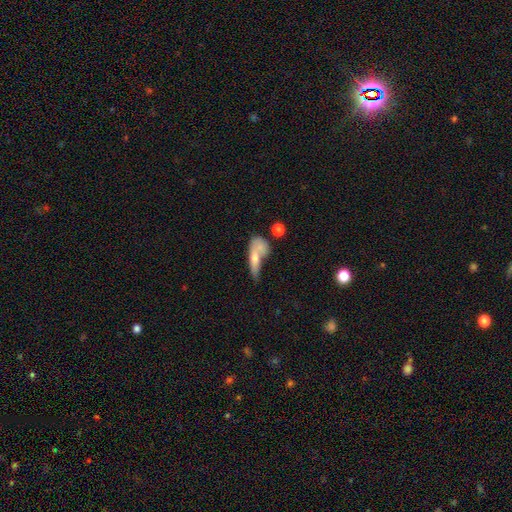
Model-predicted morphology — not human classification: Smooth or featured: smooth — 63% (featured or disk — 28%)
How rounded: in between — 50% (cigar-shaped — 41%)
Merging: merger — 35% (none — 28%)